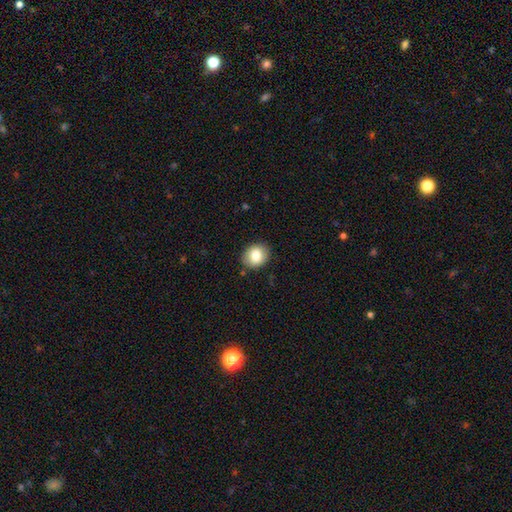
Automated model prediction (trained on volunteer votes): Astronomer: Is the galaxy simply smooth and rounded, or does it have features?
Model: smooth — 82%.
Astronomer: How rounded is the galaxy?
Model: round — 58% (runner-up: in between, 42%).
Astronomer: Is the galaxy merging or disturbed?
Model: none — 87%.